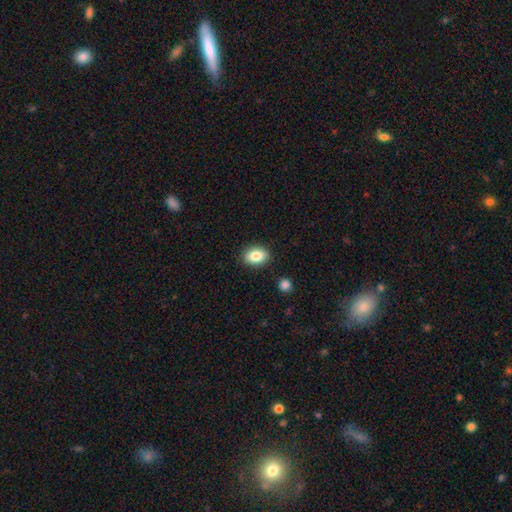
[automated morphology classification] Smooth or featured?
  - smooth: 83% *
  - featured or disk: 8%
  - star or artifact: 8%
How rounded?
  - in between: 78% *
  - round: 20%
  - cigar-shaped: 2%
Merging?
  - none: 87% *
  - minor disturbance: 9%
  - major disturbance: 2%
  - merger: 2%